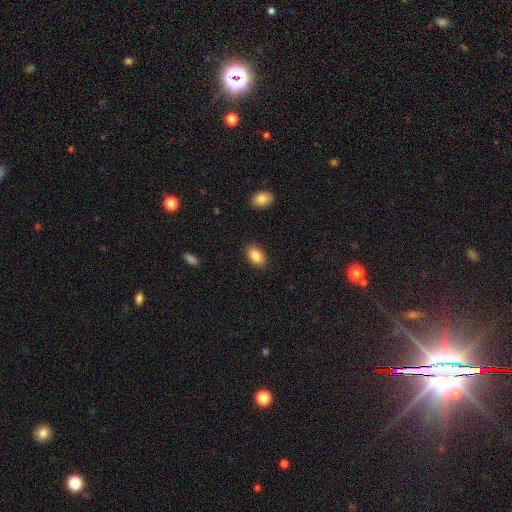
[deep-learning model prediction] This is clearly a smooth galaxy (87%). How rounded: clearly in between (91%). Merging: clearly none (87%).